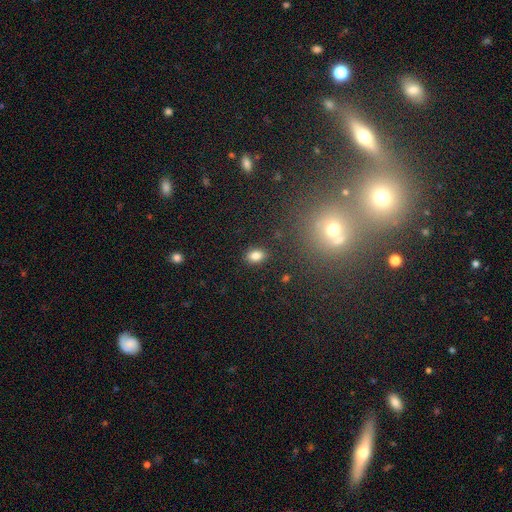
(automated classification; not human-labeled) This appears to be a smooth galaxy with no disk features (83%) that is in between round and cigar-shaped (77%). Merging: none (86%).